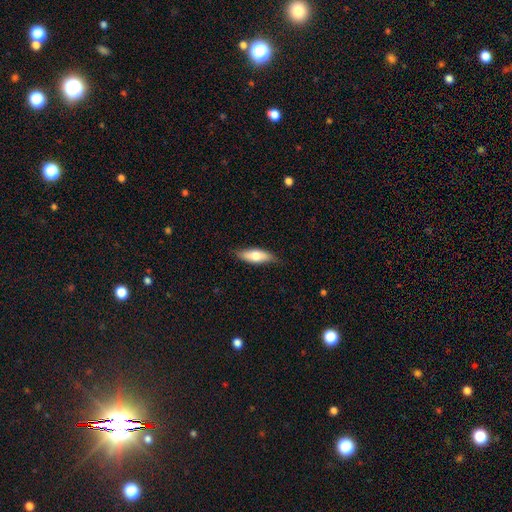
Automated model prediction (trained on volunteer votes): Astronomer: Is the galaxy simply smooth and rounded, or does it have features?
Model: smooth — 69%.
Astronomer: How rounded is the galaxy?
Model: in between — 63%.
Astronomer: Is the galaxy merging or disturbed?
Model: none — 79%.